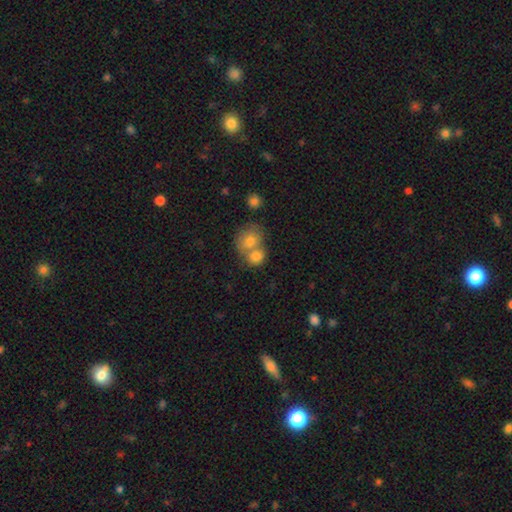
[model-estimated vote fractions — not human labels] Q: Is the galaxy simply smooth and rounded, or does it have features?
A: smooth — 76%.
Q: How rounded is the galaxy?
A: round — 68%.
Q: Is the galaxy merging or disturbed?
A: merger — 61%.